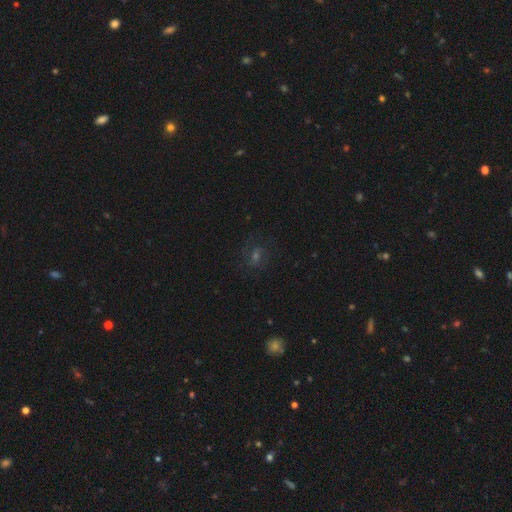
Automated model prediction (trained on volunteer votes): Smooth or featured? star or artifact (35%)